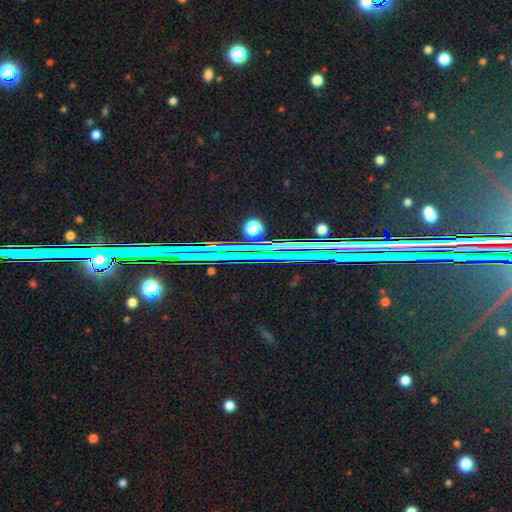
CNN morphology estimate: smooth-or-featured: star or artifact: 81% | featured or disk: 11% | smooth: 8%